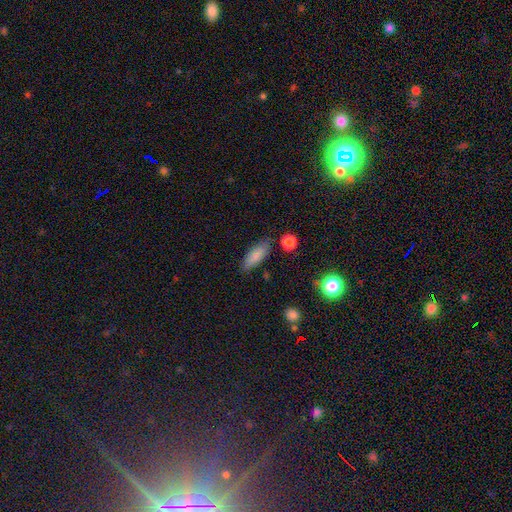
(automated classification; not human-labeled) Smooth or featured? smooth (83%)
How rounded? in between (67%)
Merging? none (80%)